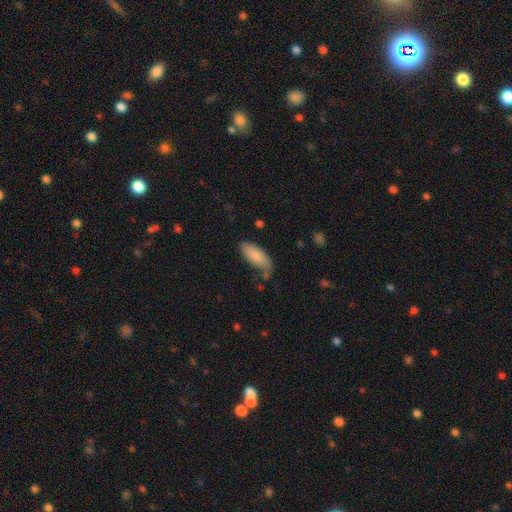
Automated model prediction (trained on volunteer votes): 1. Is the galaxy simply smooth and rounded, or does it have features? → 83% smooth, 11% featured or disk, 6% star or artifact.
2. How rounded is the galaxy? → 83% in between, 15% cigar-shaped, 2% round.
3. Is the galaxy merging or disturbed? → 59% none, 28% minor disturbance, 8% major disturbance, 5% merger.